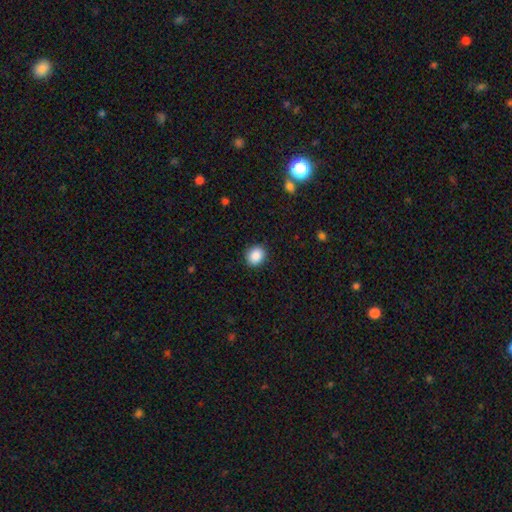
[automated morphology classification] Smooth or featured?
  - smooth: 89% *
  - star or artifact: 8%
  - featured or disk: 3%
How rounded?
  - round: 67% *
  - in between: 32%
  - cigar-shaped: 1%
Merging?
  - none: 90% *
  - minor disturbance: 7%
  - major disturbance: 2%
  - merger: 1%